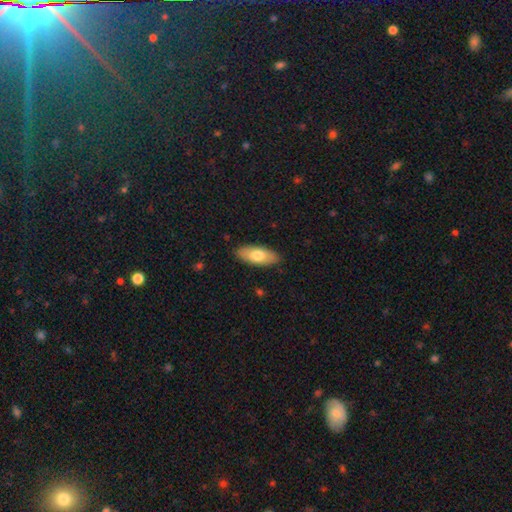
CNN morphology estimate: smooth_or_featured: smooth (p=0.72) [alt: featured or disk p=0.22]
how_rounded: in between (p=0.82) [alt: cigar-shaped p=0.16]
merging: none (p=0.89) [alt: minor disturbance p=0.09]